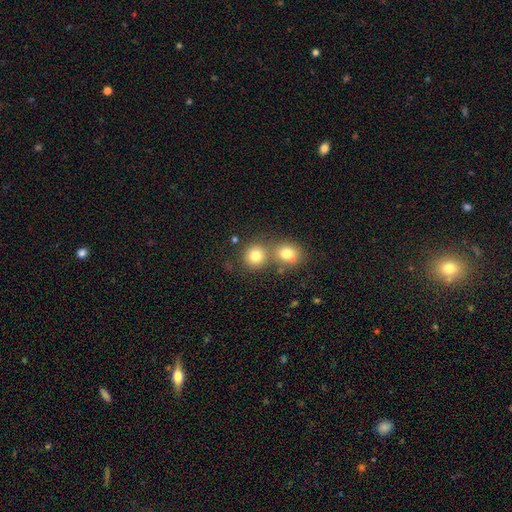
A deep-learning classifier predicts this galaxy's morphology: smooth_or_featured: smooth (p=0.78) [alt: star or artifact p=0.12]
how_rounded: round (p=0.88) [alt: in between p=0.11]
merging: none (p=0.57) [alt: merger p=0.33]